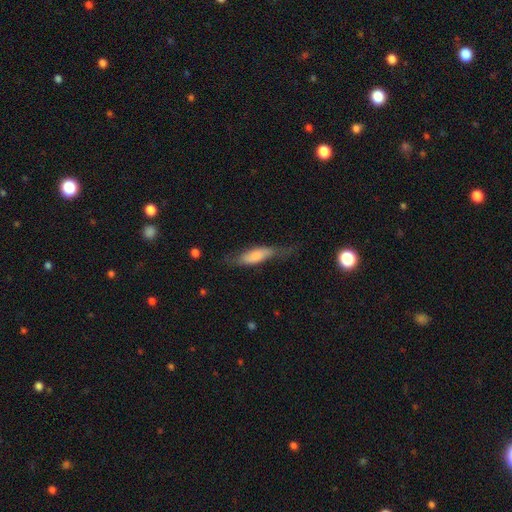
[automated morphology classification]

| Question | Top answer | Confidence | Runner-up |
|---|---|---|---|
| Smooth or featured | smooth | 68% | featured or disk (26%) |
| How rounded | in between | 50% | cigar-shaped (48%) |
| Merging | none | 47% | minor disturbance (31%) |